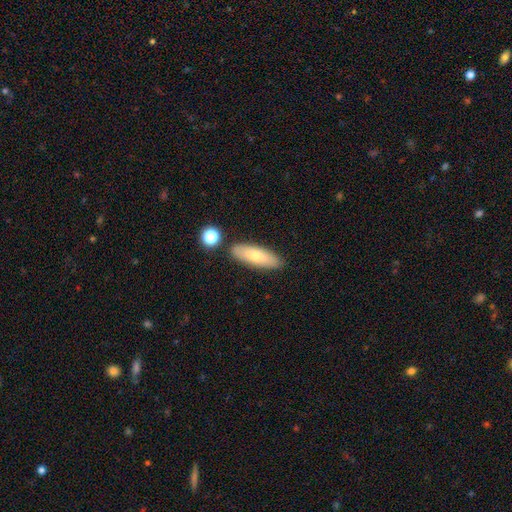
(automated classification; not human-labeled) Smooth or featured? smooth (72%)
How rounded? in between (53%)
Merging? none (83%)